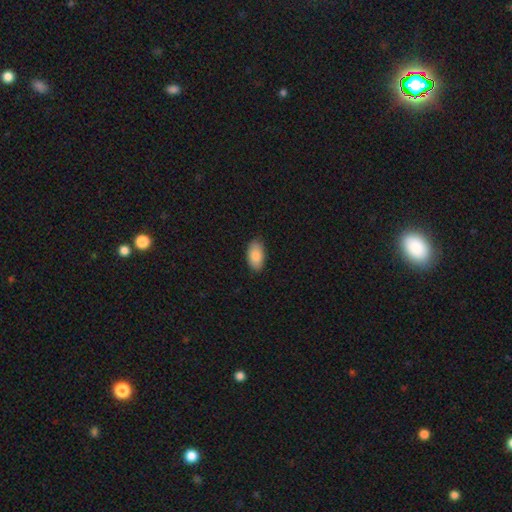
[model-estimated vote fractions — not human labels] A smooth galaxy with no disk features (87%) that is in between round and cigar-shaped (94%).

Vote fractions:
- Smooth or featured? smooth: 87% / featured or disk: 7% / star or artifact: 7%
- How rounded? in between: 94% / round: 3% / cigar-shaped: 2%
- Merging? none: 85% / minor disturbance: 12% / major disturbance: 2% / merger: 1%